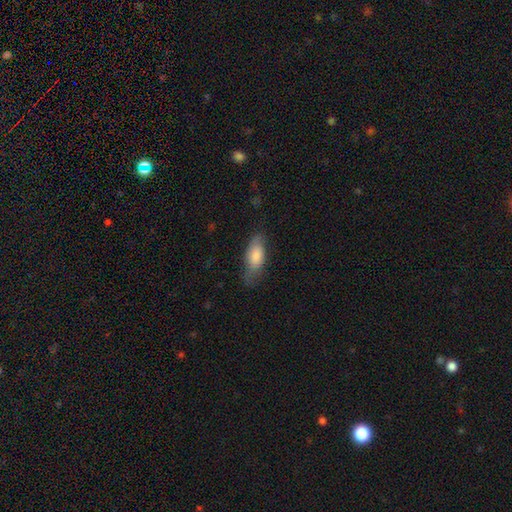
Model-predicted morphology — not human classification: Smooth or featured? Predicted: smooth (p=0.76). How rounded? Predicted: in between (p=0.78). Merging? Predicted: none (p=0.63).